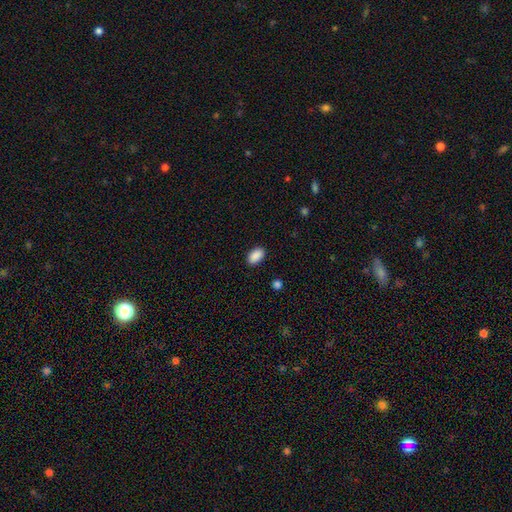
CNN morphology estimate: Smooth or featured: smooth — 90% (star or artifact — 7%)
How rounded: in between — 92% (round — 6%)
Merging: none — 89% (minor disturbance — 8%)